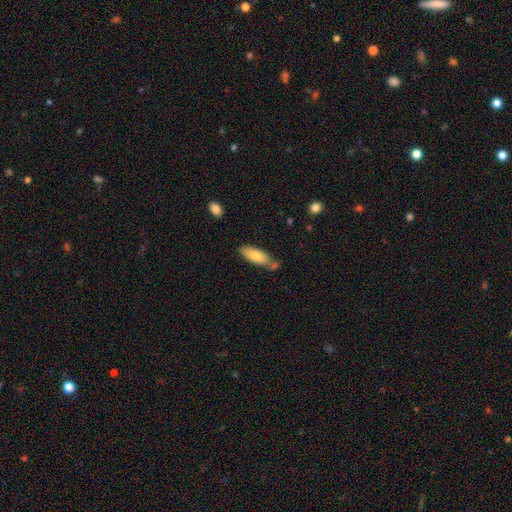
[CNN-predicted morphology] Smooth or featured? Predicted: smooth (p=0.77). How rounded? Predicted: in between (p=0.71). Merging? Predicted: none (p=0.59).